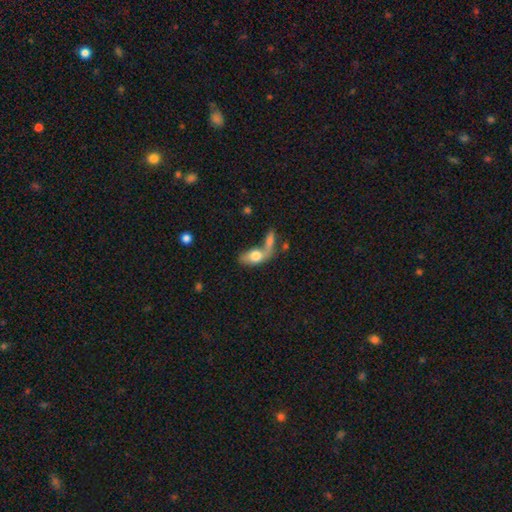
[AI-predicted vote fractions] Smooth or featured? smooth (65%)
How rounded? in between (80%)
Merging? merger (49%)